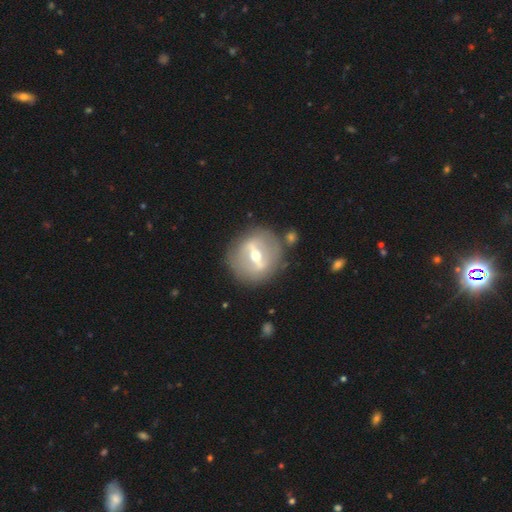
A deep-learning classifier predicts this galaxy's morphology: Smooth or featured: featured or disk — 77% (smooth — 17%)
Edge-on disk: no — 77% (yes — 23%)
Bar: strong — 74% (weak — 19%)
Spiral arms: no — 75% (yes — 25%)
Bulge size: moderate — 70% (small — 23%)
Merging: none — 82% (minor disturbance — 10%)